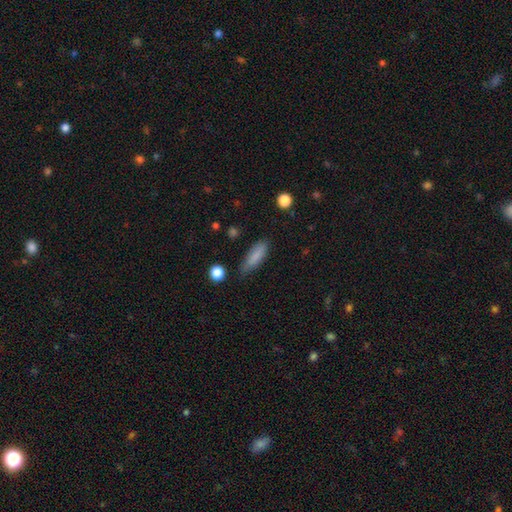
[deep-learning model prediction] Q: Smooth or featured?
A: smooth (83%); runner-up: featured or disk (9%)
Q: How rounded?
A: in between (53%); runner-up: cigar-shaped (45%)
Q: Merging?
A: none (69%); runner-up: minor disturbance (24%)